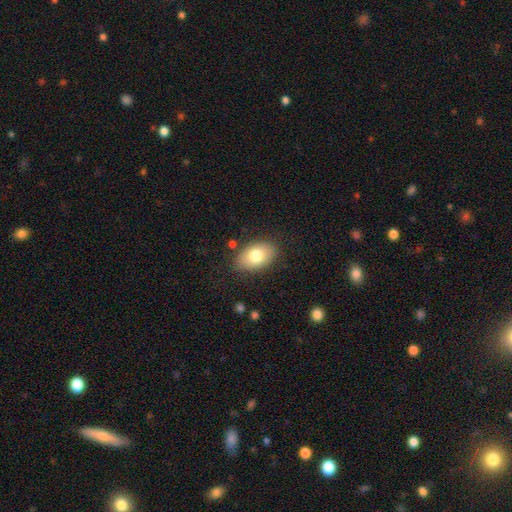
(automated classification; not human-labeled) smooth-or-featured: smooth: 77% | featured or disk: 16% | star or artifact: 7%
  how-rounded: in between: 90% | round: 8% | cigar-shaped: 1%
  merging: none: 83% | minor disturbance: 12% | major disturbance: 3% | merger: 2%